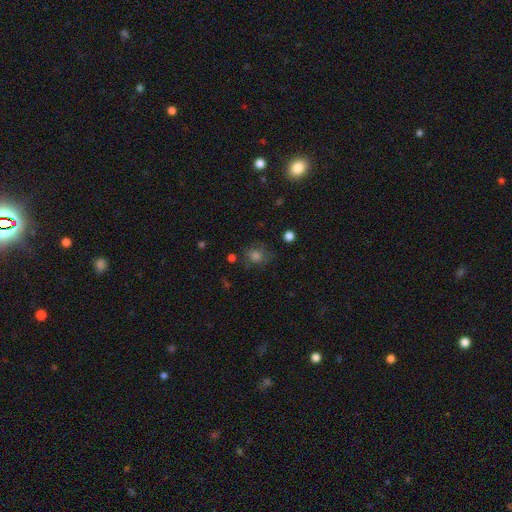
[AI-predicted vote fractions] Q: Smooth or featured?
A: smooth (65%); runner-up: star or artifact (20%)
Q: How rounded?
A: round (71%); runner-up: in between (27%)
Q: Merging?
A: none (64%); runner-up: minor disturbance (21%)